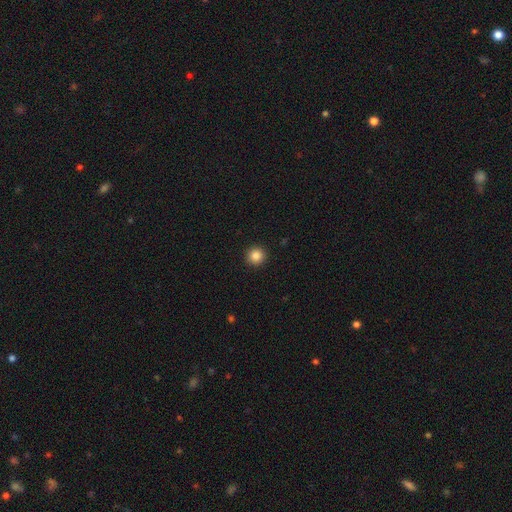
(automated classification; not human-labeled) This is clearly a smooth galaxy (86%). How rounded: clearly round (95%). Merging: clearly none (93%).